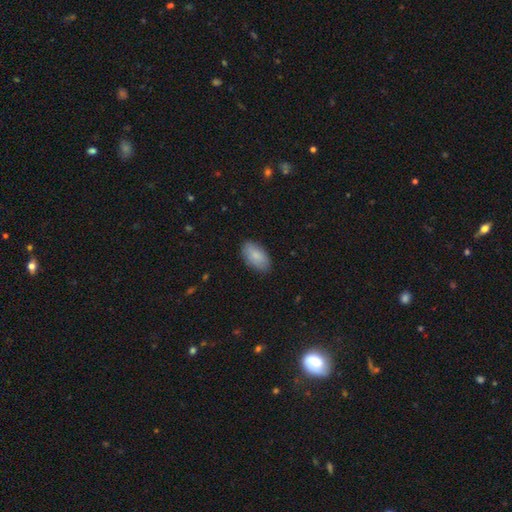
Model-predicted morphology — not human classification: The model was most divided on "merging": none: 84%, minor disturbance: 12%, major disturbance: 2%, merger: 1%. More confident: how rounded — in between (95%); smooth or featured — smooth (86%).